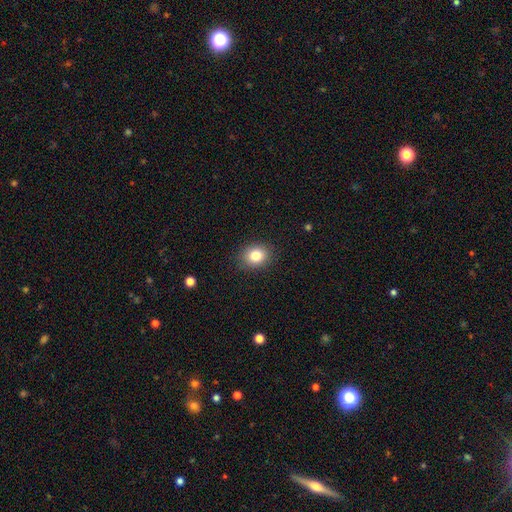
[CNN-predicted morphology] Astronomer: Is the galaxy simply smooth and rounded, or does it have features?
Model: smooth — 82%.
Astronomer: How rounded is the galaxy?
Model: round — 57% (runner-up: in between, 42%).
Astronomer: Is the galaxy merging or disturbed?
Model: none — 88%.